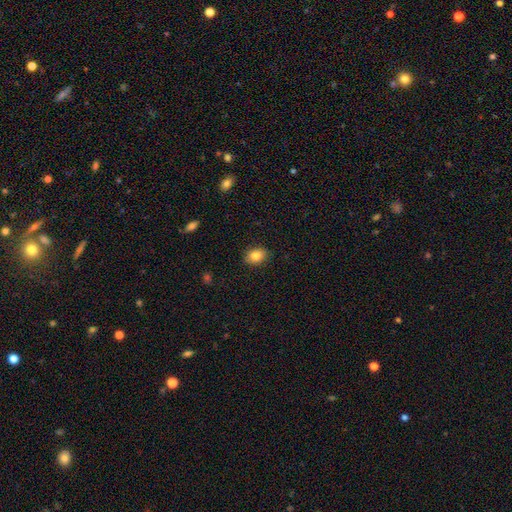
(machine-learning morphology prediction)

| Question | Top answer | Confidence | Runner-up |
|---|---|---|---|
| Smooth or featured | smooth | 85% | star or artifact (8%) |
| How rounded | in between | 75% | round (24%) |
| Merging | none | 87% | minor disturbance (9%) |